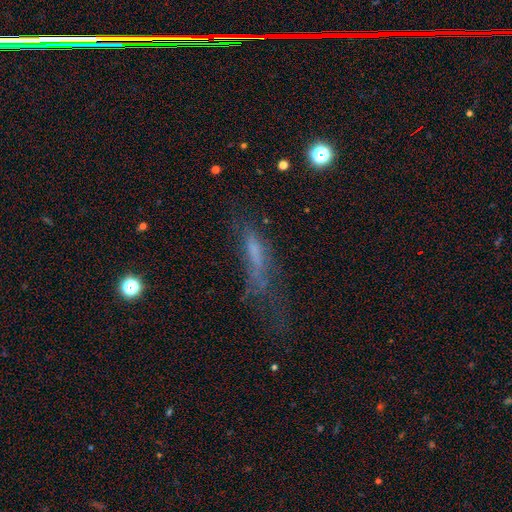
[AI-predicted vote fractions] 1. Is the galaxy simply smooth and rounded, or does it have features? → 42% smooth, 36% featured or disk, 21% star or artifact.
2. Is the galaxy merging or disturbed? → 38% major disturbance, 34% none, 23% minor disturbance, 6% merger.